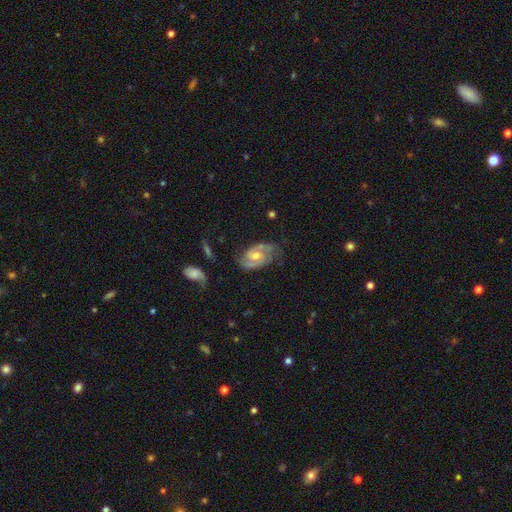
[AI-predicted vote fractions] Smooth or featured?
  - featured or disk: 84% *
  - smooth: 10%
  - star or artifact: 6%
Edge-on disk?
  - no: 97% *
  - yes: 3%
Bar?
  - no: 54% *
  - weak: 39%
  - strong: 8%
Spiral arms?
  - yes: 95% *
  - no: 5%
Spiral winding?
  - medium: 50% *
  - tight: 34%
  - loose: 17%
Spiral arm count?
  - 2: 87% *
  - can't tell: 7%
  - 3: 3%
  - 1: 2%
  - 4: 1%
  - more than 4: 1%
Bulge size?
  - moderate: 66% *
  - small: 27%
  - large: 5%
  - none: 2%
  - dominant: 1%
Merging?
  - none: 68% *
  - minor disturbance: 21%
  - major disturbance: 9%
  - merger: 2%